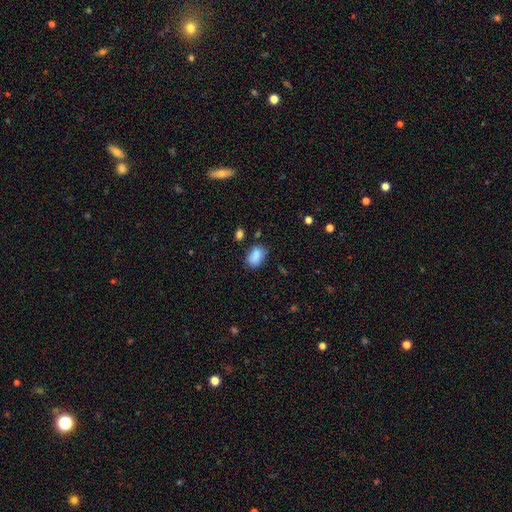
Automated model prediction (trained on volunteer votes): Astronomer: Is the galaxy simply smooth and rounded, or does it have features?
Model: smooth — 86%.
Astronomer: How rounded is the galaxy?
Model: in between — 82%.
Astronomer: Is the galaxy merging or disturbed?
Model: none — 69%.